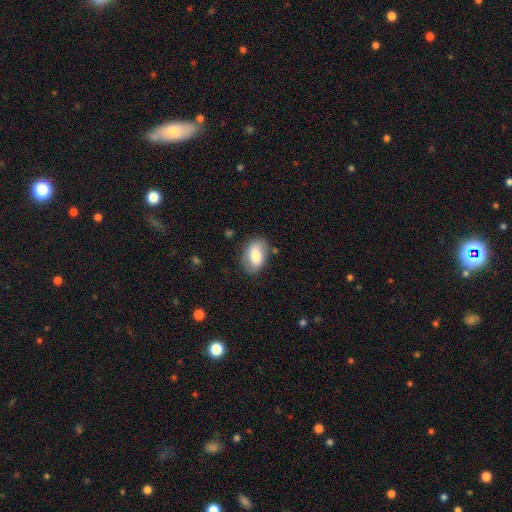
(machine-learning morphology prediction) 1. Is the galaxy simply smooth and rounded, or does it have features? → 71% smooth, 22% featured or disk, 7% star or artifact.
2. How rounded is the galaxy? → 86% in between, 12% round, 2% cigar-shaped.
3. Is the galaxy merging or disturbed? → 74% none, 19% minor disturbance, 5% major disturbance, 2% merger.